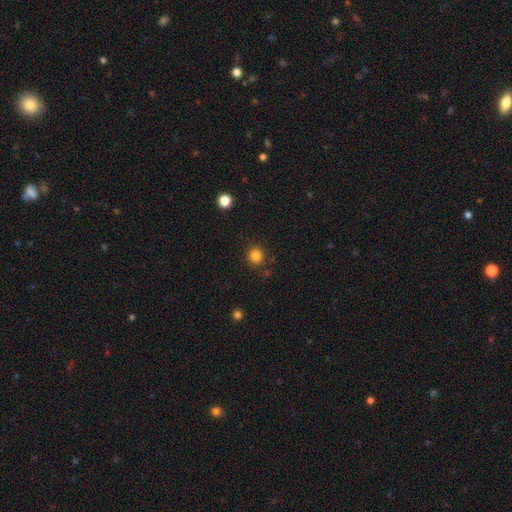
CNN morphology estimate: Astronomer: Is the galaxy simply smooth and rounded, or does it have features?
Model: smooth — 83%.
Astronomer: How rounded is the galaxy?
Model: round — 88%.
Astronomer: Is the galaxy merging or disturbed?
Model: none — 85%.